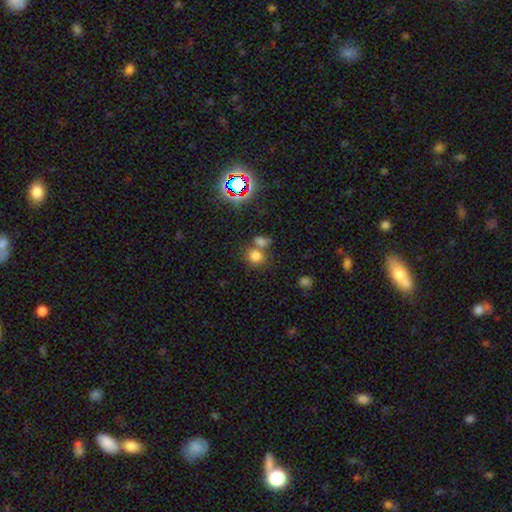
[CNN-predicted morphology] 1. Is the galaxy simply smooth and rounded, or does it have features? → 74% smooth, 18% star or artifact, 8% featured or disk.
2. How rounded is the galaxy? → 73% round, 25% in between, 1% cigar-shaped.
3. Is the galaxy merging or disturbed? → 48% none, 39% merger, 9% minor disturbance, 5% major disturbance.